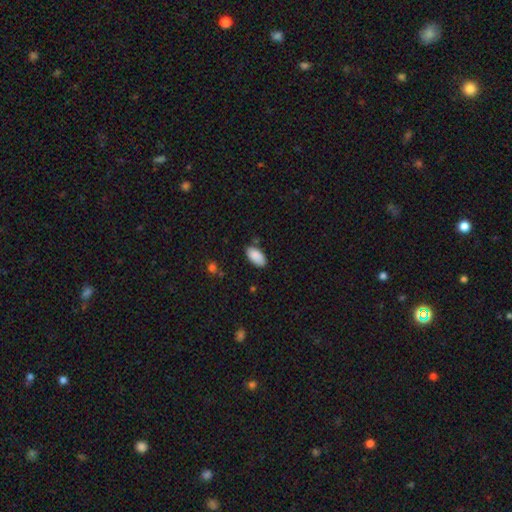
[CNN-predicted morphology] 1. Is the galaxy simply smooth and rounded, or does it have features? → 89% smooth, 7% star or artifact, 4% featured or disk.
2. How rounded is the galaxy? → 95% in between, 3% cigar-shaped, 2% round.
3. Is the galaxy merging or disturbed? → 82% none, 14% minor disturbance, 3% major disturbance, 2% merger.